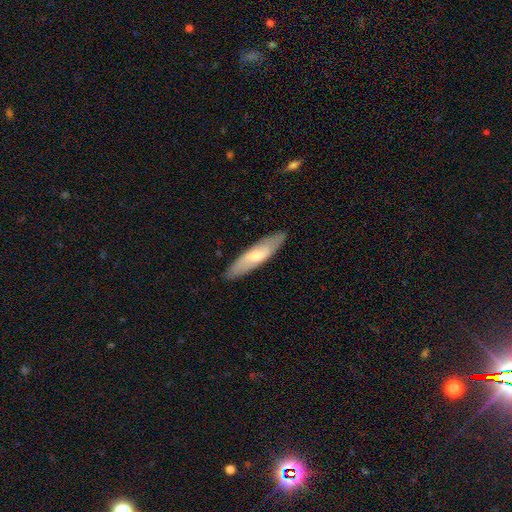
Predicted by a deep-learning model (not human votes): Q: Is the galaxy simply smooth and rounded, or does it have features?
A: smooth — 55%.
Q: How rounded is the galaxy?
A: cigar-shaped — 69%.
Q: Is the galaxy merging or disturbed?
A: none — 87%.